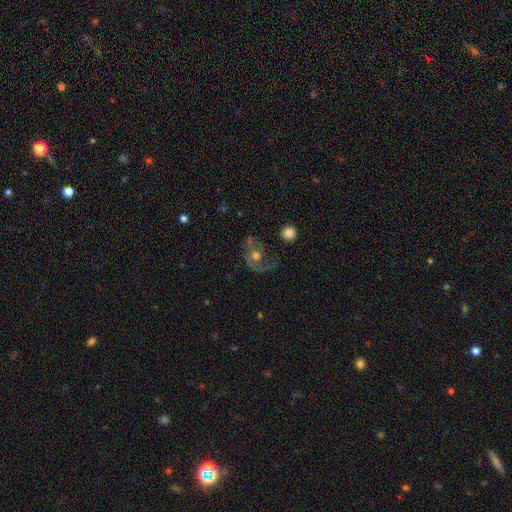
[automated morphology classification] Smooth or featured?
  - featured or disk: 60% *
  - smooth: 29%
  - star or artifact: 12%
Edge-on disk?
  - no: 96% *
  - yes: 4%
Bar?
  - no: 80% *
  - weak: 16%
  - strong: 4%
Spiral arms?
  - yes: 66% *
  - no: 34%
Bulge size?
  - moderate: 67% *
  - small: 15%
  - large: 13%
  - none: 3%
  - dominant: 2%
Merging?
  - none: 41% *
  - major disturbance: 34%
  - minor disturbance: 19%
  - merger: 6%